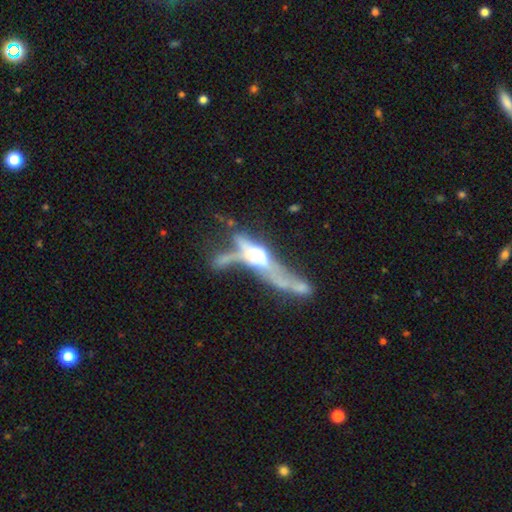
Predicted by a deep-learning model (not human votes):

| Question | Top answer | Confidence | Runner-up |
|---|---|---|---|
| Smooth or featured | featured or disk | 66% | smooth (24%) |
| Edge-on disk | yes | 64% | no (36%) |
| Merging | merger | 36% | major disturbance (32%) |